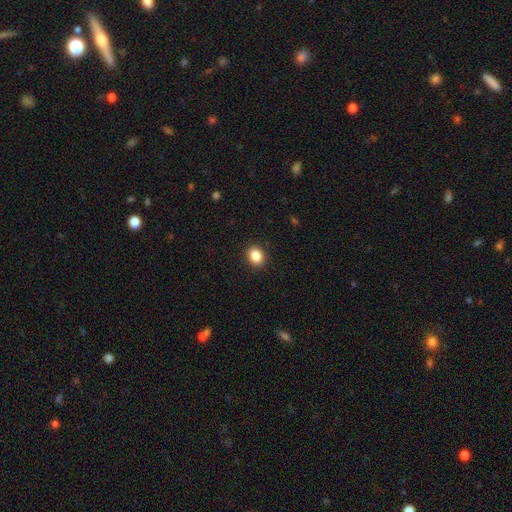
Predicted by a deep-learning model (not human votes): smooth 86%, star or artifact 10%, featured or disk 4%. Down the decision tree: how rounded — in between (51%); merging — none (91%).